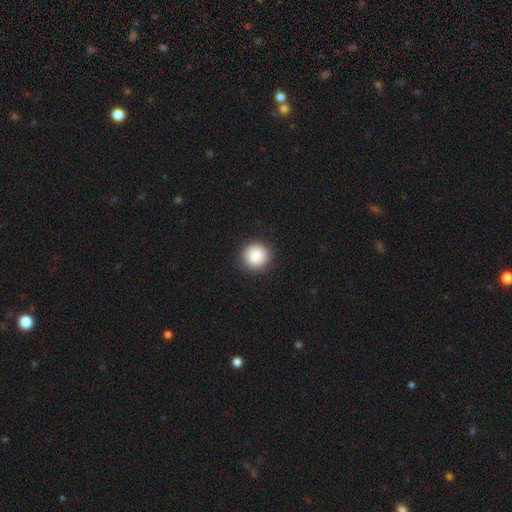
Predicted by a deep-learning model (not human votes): Morphology: type=smooth (87%); roundness=round (94%); merging=none (91%).